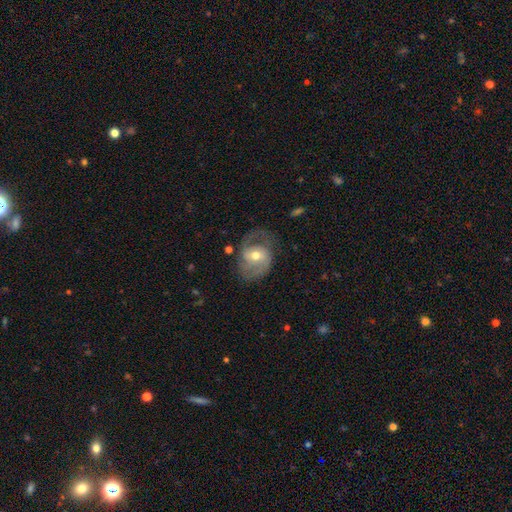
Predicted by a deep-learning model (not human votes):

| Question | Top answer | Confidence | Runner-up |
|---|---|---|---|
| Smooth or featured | featured or disk | 77% | smooth (17%) |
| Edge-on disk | no | 97% | yes (3%) |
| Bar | weak | 46% | no (38%) |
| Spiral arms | yes | 90% | no (10%) |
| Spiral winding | medium | 49% | loose (27%) |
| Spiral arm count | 2 | 74% | can't tell (11%) |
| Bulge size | moderate | 67% | small (26%) |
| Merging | none | 58% | minor disturbance (22%) |